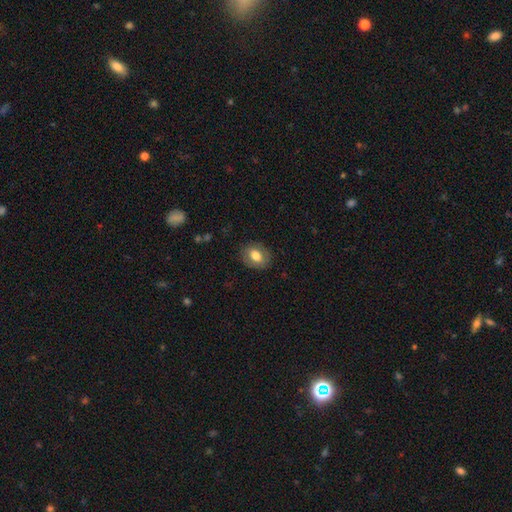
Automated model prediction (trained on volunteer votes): smooth 74%, featured or disk 18%, star or artifact 8%. Down the decision tree: how rounded — in between (62%); merging — none (84%).